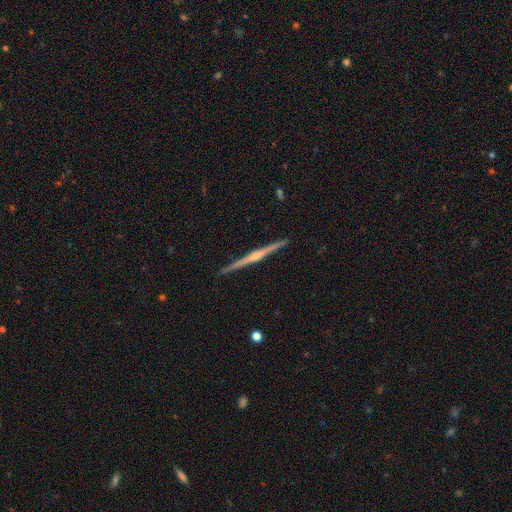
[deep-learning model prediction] Overall: featured or disk (82%). Edge-on disk: yes (99%). Edge-on bulge: rounded (81%). Merging: none (92%).